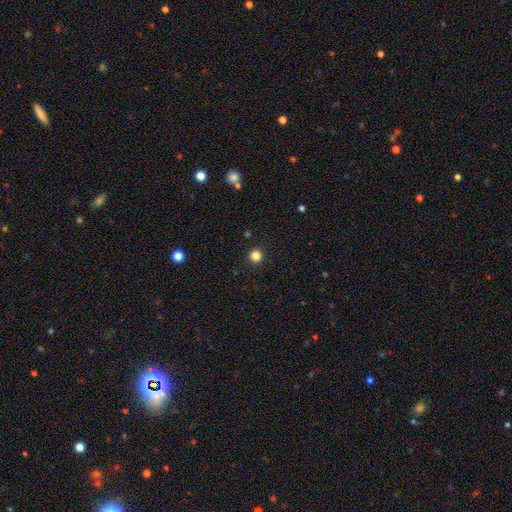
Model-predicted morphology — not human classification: A smooth galaxy with no disk features (83%) that is round (94%).

Vote fractions:
- Smooth or featured? smooth: 83% / star or artifact: 13% / featured or disk: 4%
- How rounded? round: 94% / in between: 5% / cigar-shaped: 1%
- Merging? none: 92% / minor disturbance: 5% / major disturbance: 2% / merger: 1%